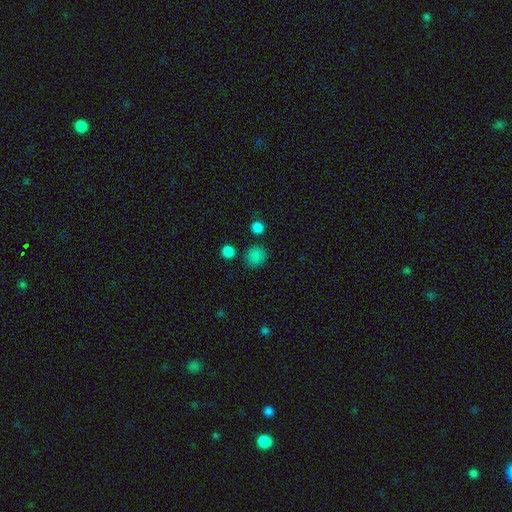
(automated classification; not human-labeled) A smooth galaxy with no disk features (81%) that is round (87%). Merging: none (80%).